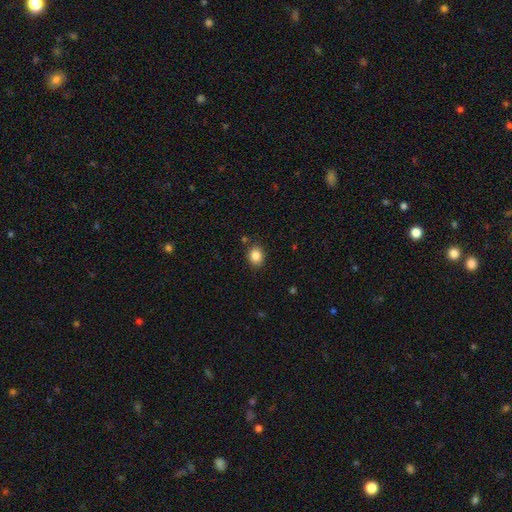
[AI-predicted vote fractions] Q: Smooth or featured?
A: smooth (85%); runner-up: star or artifact (10%)
Q: How rounded?
A: round (53%); runner-up: in between (46%)
Q: Merging?
A: none (85%); runner-up: minor disturbance (10%)